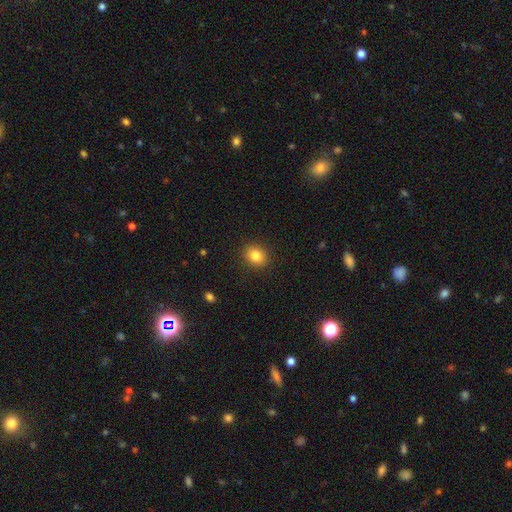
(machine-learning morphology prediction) Smooth or featured? Predicted: smooth (p=0.83). How rounded? Predicted: round (p=0.65). Merging? Predicted: none (p=0.90).